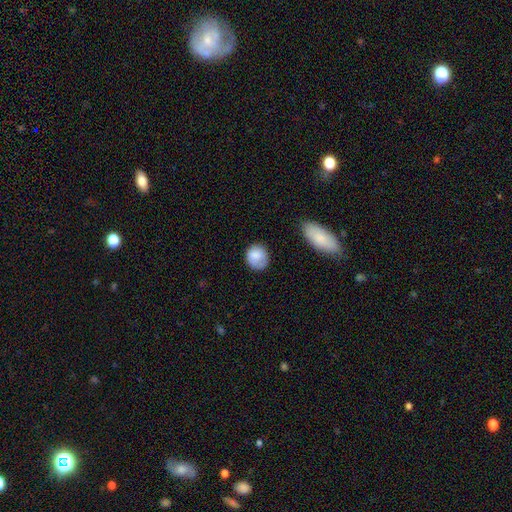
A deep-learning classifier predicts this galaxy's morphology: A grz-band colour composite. It shows a smooth galaxy with no disk features (81%) that is round (77%). Merging: none (70%).